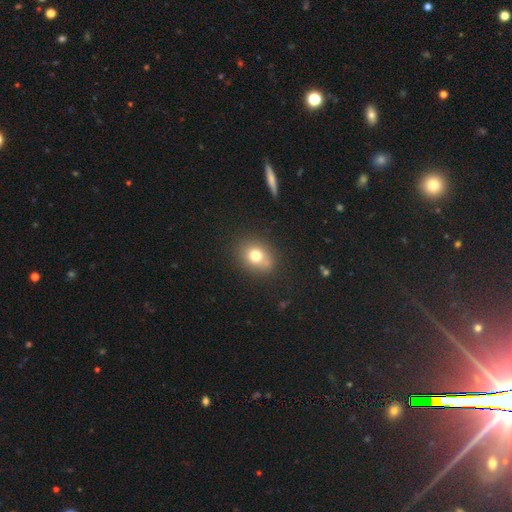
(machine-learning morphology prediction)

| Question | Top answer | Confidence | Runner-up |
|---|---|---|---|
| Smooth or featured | smooth | 75% | featured or disk (13%) |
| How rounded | round | 57% | in between (42%) |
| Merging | none | 81% | minor disturbance (13%) |